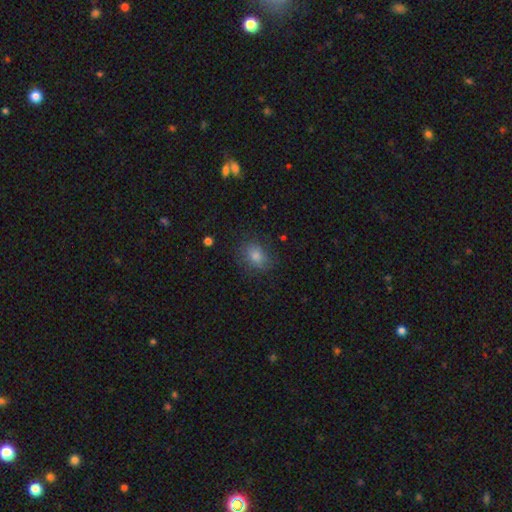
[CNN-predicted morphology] Smooth or featured? smooth (76%)
How rounded? in between (55%)
Merging? none (78%)